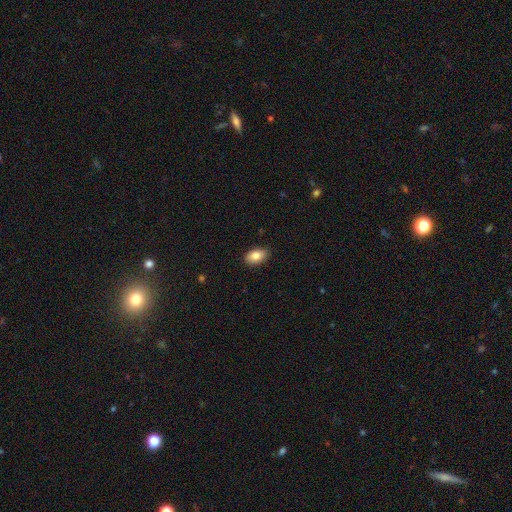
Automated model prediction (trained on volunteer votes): Q: Smooth or featured?
A: smooth (84%); runner-up: featured or disk (9%)
Q: How rounded?
A: in between (91%); runner-up: round (7%)
Q: Merging?
A: none (87%); runner-up: minor disturbance (10%)